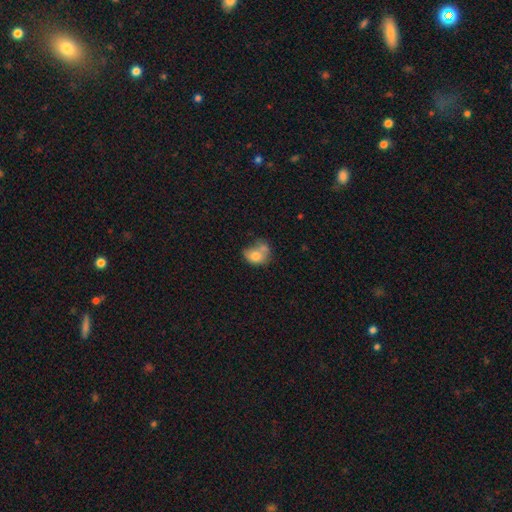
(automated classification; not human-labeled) smooth-or-featured: smooth: 71% | featured or disk: 20% | star or artifact: 9%
  how-rounded: in between: 62% | round: 37% | cigar-shaped: 1%
  merging: merger: 39% | none: 28% | minor disturbance: 20% | major disturbance: 13%